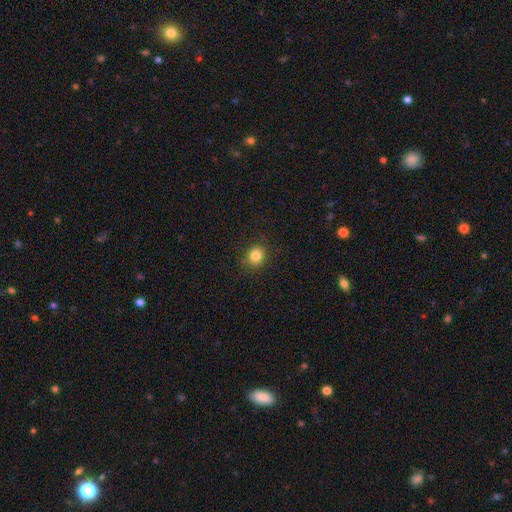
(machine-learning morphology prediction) A smooth galaxy with no disk features (84%) that is round (83%).

Vote fractions:
- Smooth or featured? smooth: 84% / star or artifact: 12% / featured or disk: 5%
- How rounded? round: 83% / in between: 16% / cigar-shaped: 1%
- Merging? none: 87% / minor disturbance: 10% / major disturbance: 3% / merger: 1%